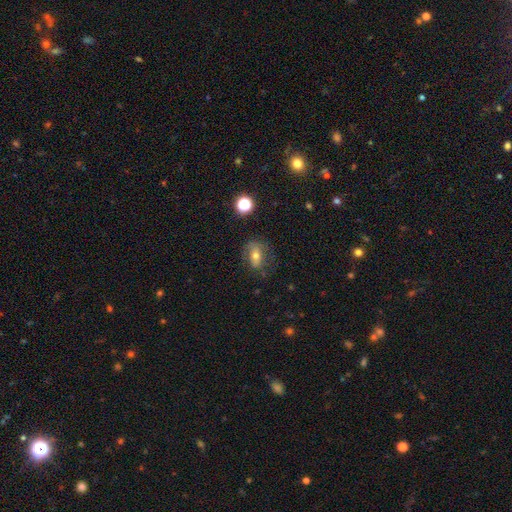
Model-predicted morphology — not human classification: A smooth galaxy with no disk features (54%) that is in between round and cigar-shaped (67%).

Vote fractions:
- Smooth or featured? smooth: 54% / featured or disk: 33% / star or artifact: 13%
- How rounded? in between: 67% / round: 29% / cigar-shaped: 4%
- Merging? none: 65% / minor disturbance: 21% / major disturbance: 11% / merger: 2%